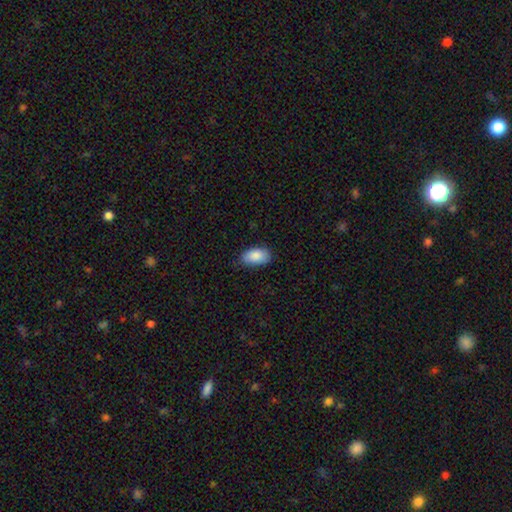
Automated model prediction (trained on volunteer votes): This appears to be a smooth galaxy with no disk features (88%) that is in between round and cigar-shaped (94%). Merging: none (79%).